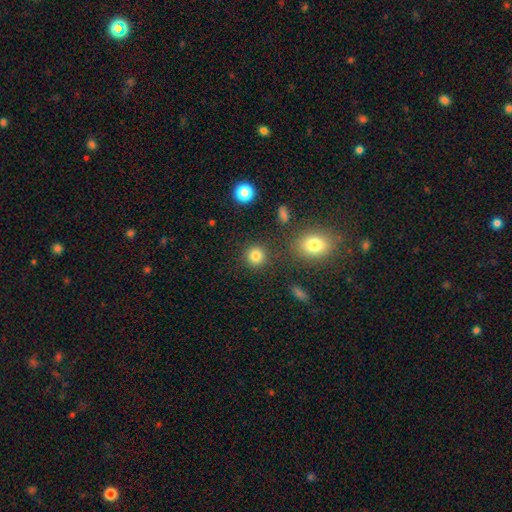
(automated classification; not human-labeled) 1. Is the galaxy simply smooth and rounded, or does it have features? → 83% smooth, 11% star or artifact, 5% featured or disk.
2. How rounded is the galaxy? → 91% round, 8% in between, 1% cigar-shaped.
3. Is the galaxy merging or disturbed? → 87% none, 7% minor disturbance, 4% merger, 3% major disturbance.